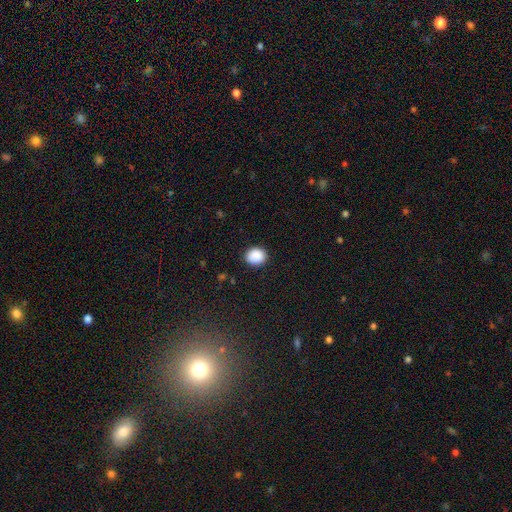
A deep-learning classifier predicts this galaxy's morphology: Smooth or featured? smooth (89%)
How rounded? round (65%)
Merging? none (87%)